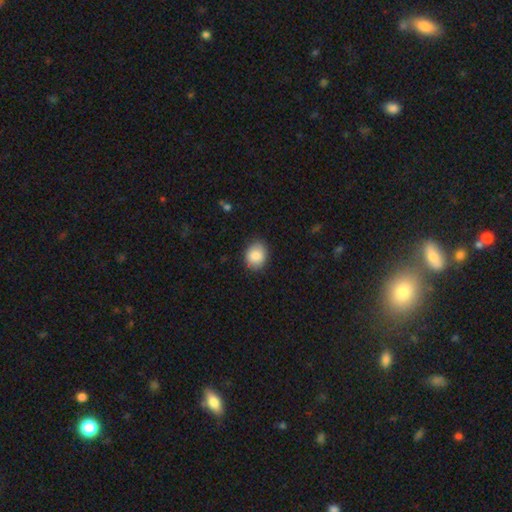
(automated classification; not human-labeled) This is clearly a smooth galaxy (87%). How rounded: possibly round (54%). Merging: clearly none (85%).